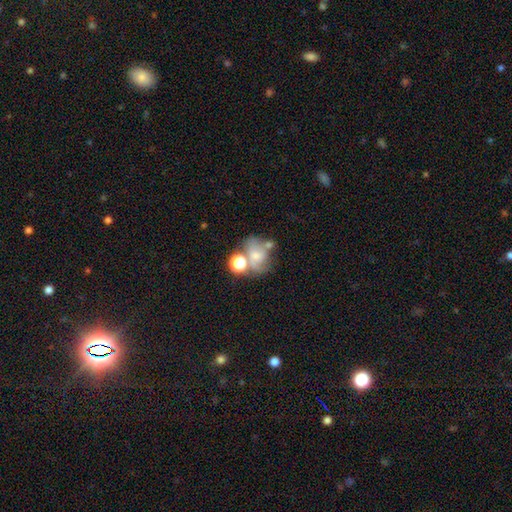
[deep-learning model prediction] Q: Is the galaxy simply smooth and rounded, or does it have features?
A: smooth — 51%.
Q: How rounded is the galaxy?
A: in between — 53%.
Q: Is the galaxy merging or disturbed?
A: merger — 36%.